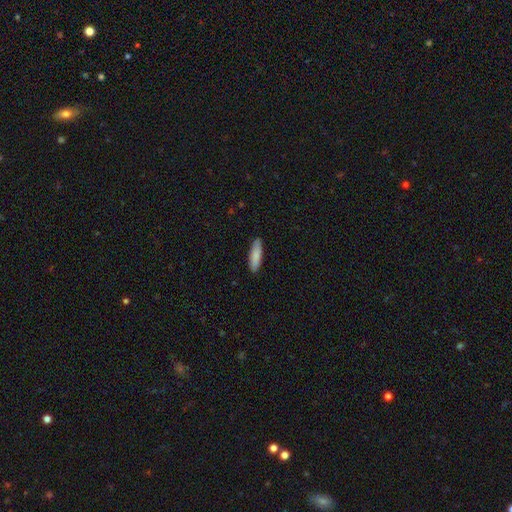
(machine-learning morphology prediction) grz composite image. It shows a smooth galaxy with no disk features (87%) that is cigar-shaped (60%). Merging: none (88%).